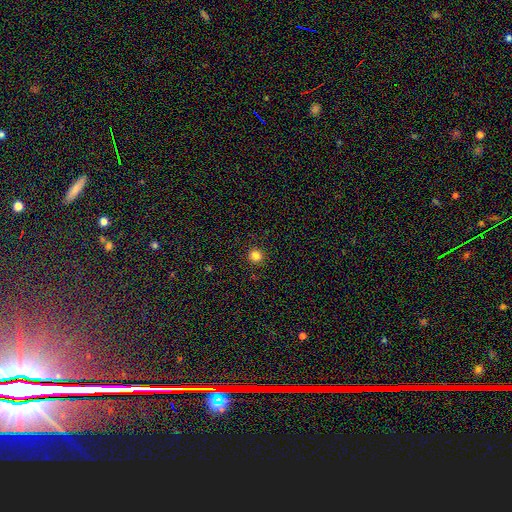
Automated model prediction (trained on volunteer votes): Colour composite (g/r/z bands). It shows a smooth galaxy with no disk features (83%) that is round (95%). Merging: none (92%).